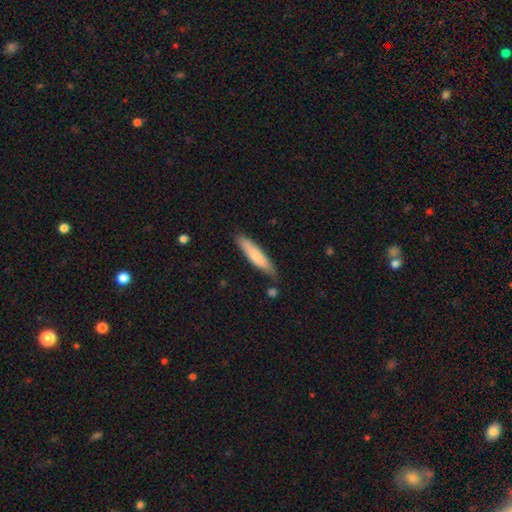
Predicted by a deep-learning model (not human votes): The model was most divided on "smooth or featured": smooth: 73%, featured or disk: 22%, star or artifact: 5%. More confident: how rounded — cigar-shaped (82%); merging — none (77%).